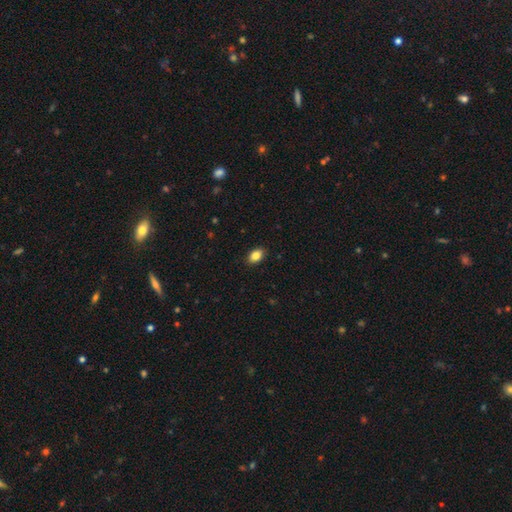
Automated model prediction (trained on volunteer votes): Smooth or featured: smooth — 85% (star or artifact — 8%)
How rounded: in between — 86% (round — 12%)
Merging: none — 89% (minor disturbance — 9%)